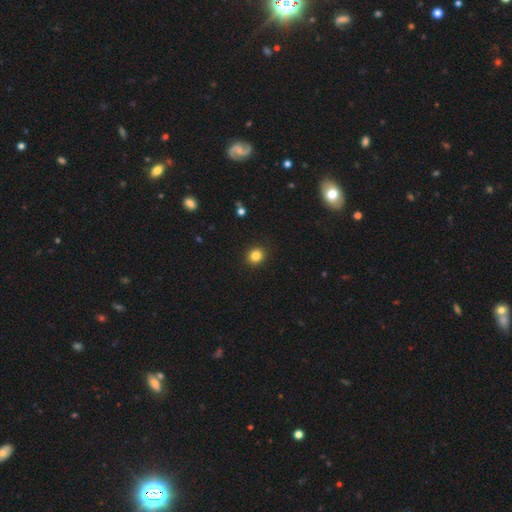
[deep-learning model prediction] The model was most divided on "how rounded": round: 79%, in between: 20%, cigar-shaped: 1%. More confident: merging — none (92%); smooth or featured — smooth (84%).